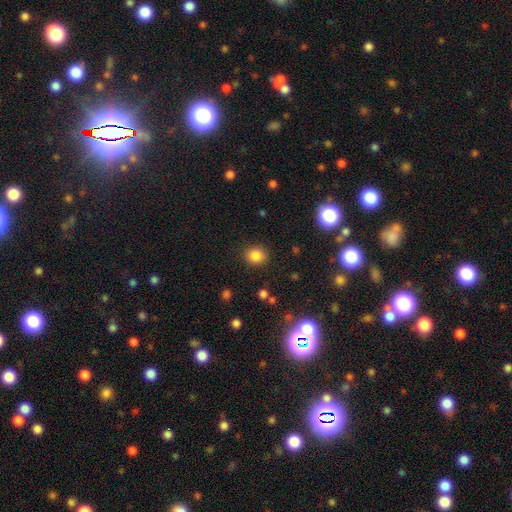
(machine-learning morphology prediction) This is clearly a smooth galaxy (84%). How rounded: clearly round (83%). Merging: clearly none (88%).